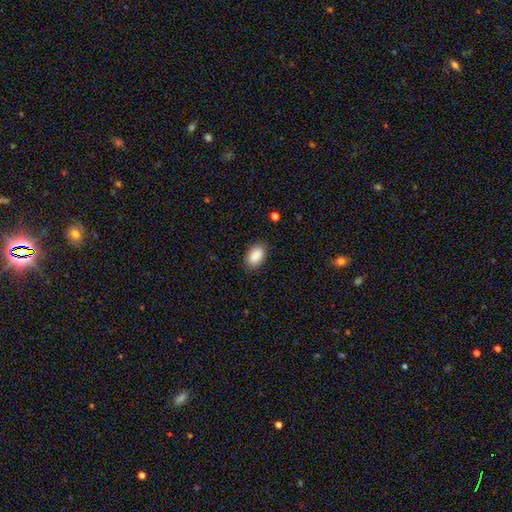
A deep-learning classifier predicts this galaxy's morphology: Smooth or featured? smooth (89%)
How rounded? in between (89%)
Merging? none (84%)